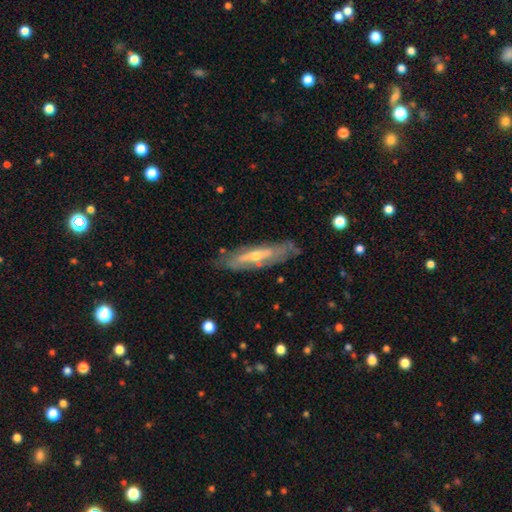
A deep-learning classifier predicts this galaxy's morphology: This appears to be a featured or disk galaxy (71%) viewed edge-on (51%). Merging: none (73%).